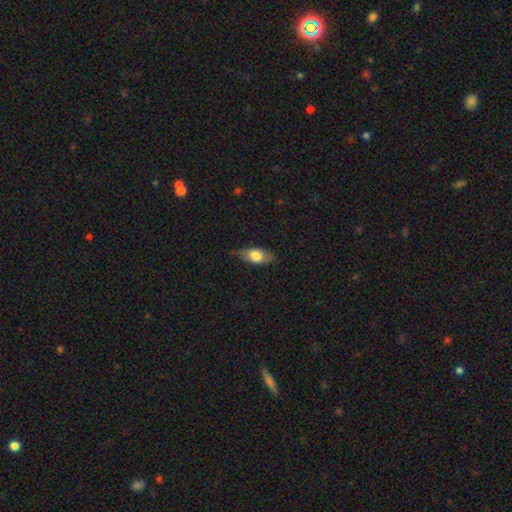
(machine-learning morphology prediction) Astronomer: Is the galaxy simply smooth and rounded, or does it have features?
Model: smooth — 71%.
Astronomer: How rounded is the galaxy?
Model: in between — 85%.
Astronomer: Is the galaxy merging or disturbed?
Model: none — 77%.